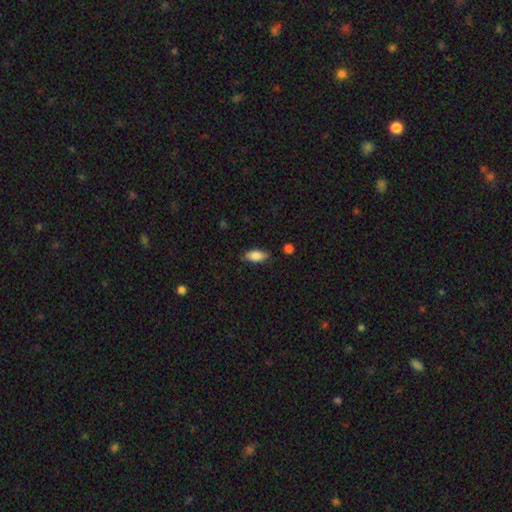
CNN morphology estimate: smooth-or-featured: smooth: 85% | featured or disk: 8% | star or artifact: 7%
  how-rounded: in between: 86% | cigar-shaped: 12% | round: 3%
  merging: none: 80% | minor disturbance: 15% | major disturbance: 3% | merger: 2%